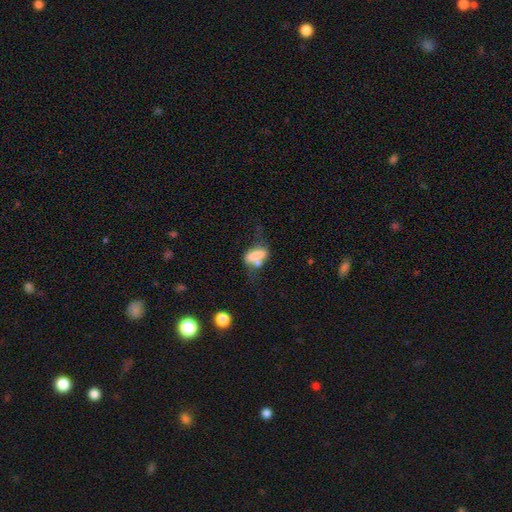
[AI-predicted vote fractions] smooth 65%, featured or disk 24%, star or artifact 10%. Down the decision tree: how rounded — in between (69%); merging — none (33%).